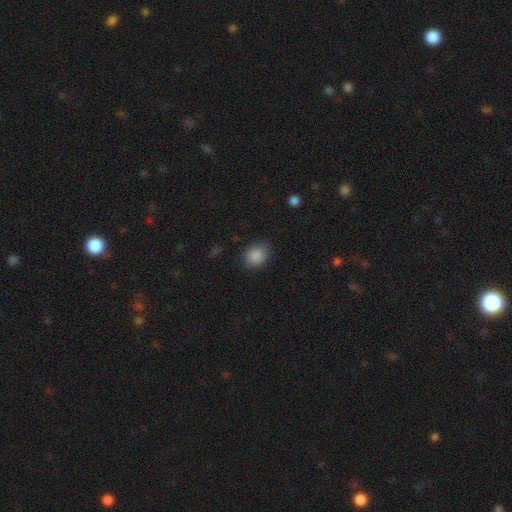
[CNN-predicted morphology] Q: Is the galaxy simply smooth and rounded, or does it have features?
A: smooth — 87%.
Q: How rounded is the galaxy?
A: round — 61%.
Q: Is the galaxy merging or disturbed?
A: none — 80%.